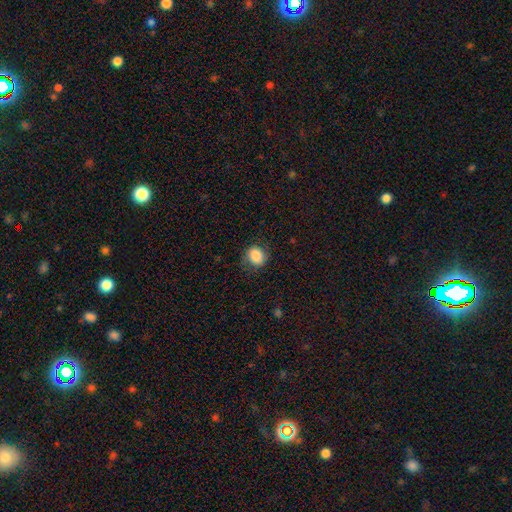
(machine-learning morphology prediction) This appears to be a smooth galaxy with no disk features (84%) that is round (75%). Merging: none (77%).